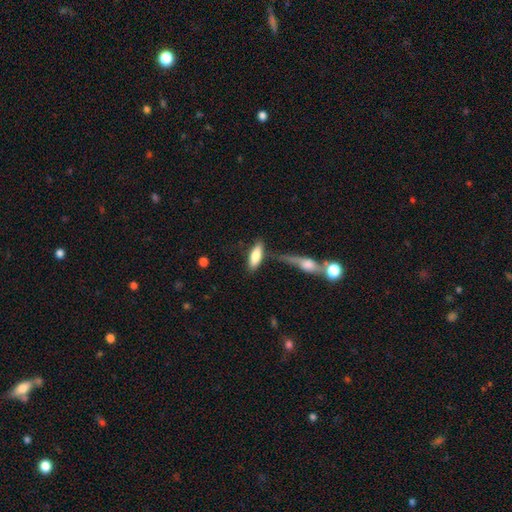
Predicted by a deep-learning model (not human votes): A smooth galaxy with no disk features (75%) that is in between round and cigar-shaped (63%).

Vote fractions:
- Smooth or featured? smooth: 75% / featured or disk: 19% / star or artifact: 6%
- How rounded? in between: 63% / cigar-shaped: 34% / round: 2%
- Merging? none: 59% / merger: 18% / minor disturbance: 16% / major disturbance: 7%